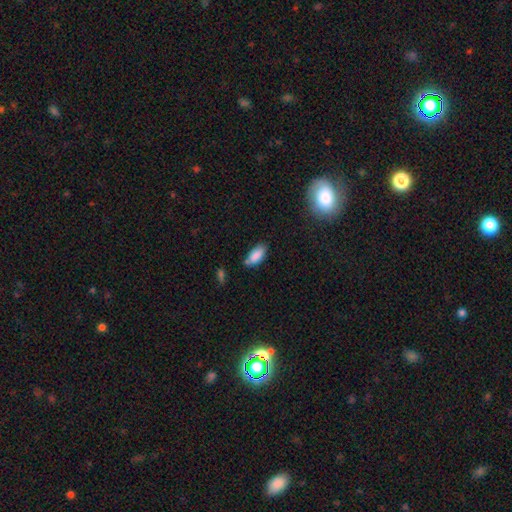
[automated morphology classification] Smooth or featured? smooth (86%)
How rounded? in between (89%)
Merging? none (62%)